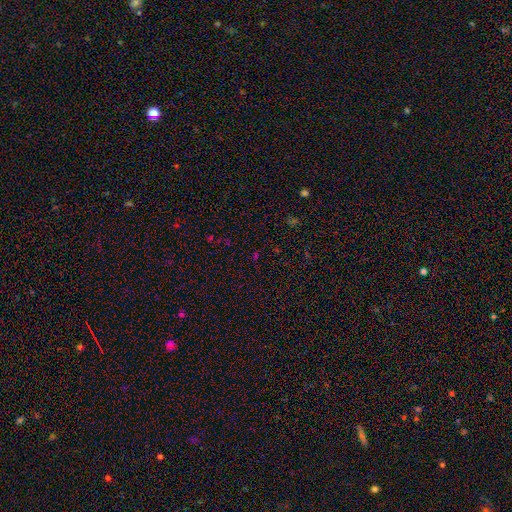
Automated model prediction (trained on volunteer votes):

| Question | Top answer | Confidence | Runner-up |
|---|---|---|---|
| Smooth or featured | star or artifact | 63% | smooth (29%) |